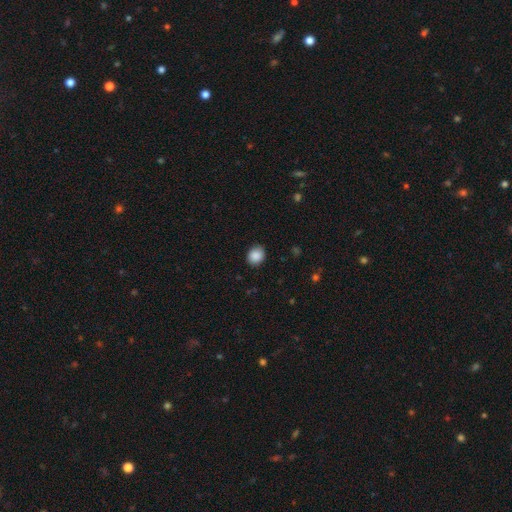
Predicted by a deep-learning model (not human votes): smooth 88%, star or artifact 9%, featured or disk 3%. Down the decision tree: how rounded — round (70%); merging — none (87%).